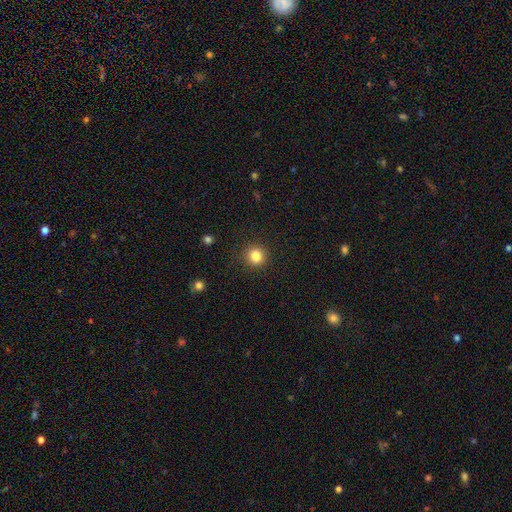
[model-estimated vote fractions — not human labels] The model was most divided on "smooth or featured": smooth: 83%, star or artifact: 12%, featured or disk: 5%. More confident: how rounded — round (91%); merging — none (90%).